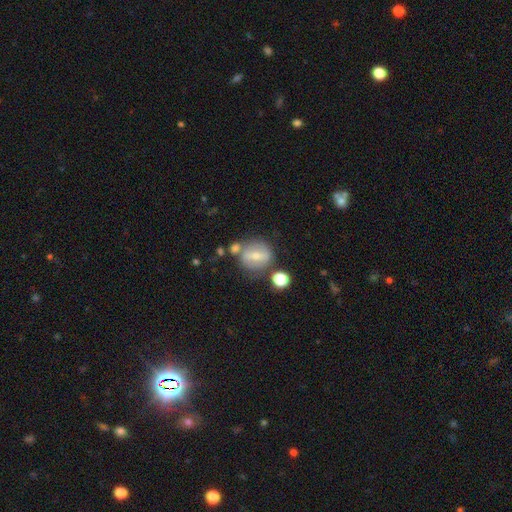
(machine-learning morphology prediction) This appears to be a featured or disk galaxy (47%). Merging: none (60%).